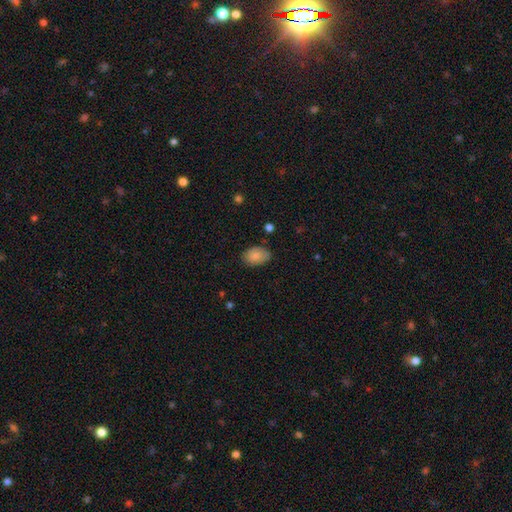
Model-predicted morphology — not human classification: A smooth galaxy with no disk features (85%) that is in between round and cigar-shaped (86%). Merging: none (79%).